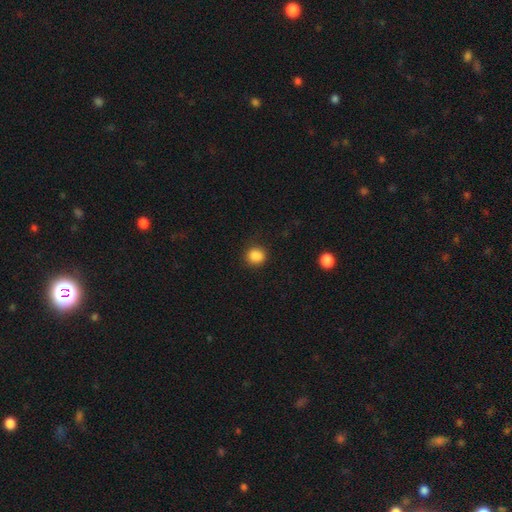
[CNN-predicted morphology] Q: Smooth or featured?
A: smooth (86%); runner-up: star or artifact (11%)
Q: How rounded?
A: round (81%); runner-up: in between (18%)
Q: Merging?
A: none (82%); runner-up: minor disturbance (13%)